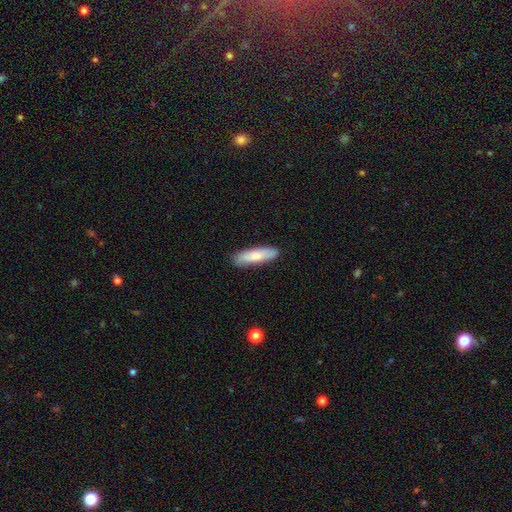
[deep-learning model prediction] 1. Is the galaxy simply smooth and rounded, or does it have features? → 79% smooth, 16% featured or disk, 5% star or artifact.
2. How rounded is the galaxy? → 71% cigar-shaped, 28% in between, 1% round.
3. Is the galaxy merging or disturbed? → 87% none, 10% minor disturbance, 2% major disturbance, 1% merger.